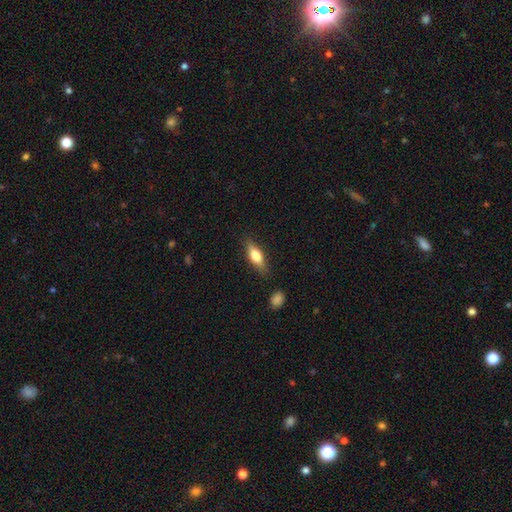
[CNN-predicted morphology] smooth_or_featured: smooth (p=0.64) [alt: featured or disk p=0.29]
how_rounded: in between (p=0.59) [alt: cigar-shaped p=0.37]
merging: none (p=0.82) [alt: minor disturbance p=0.12]